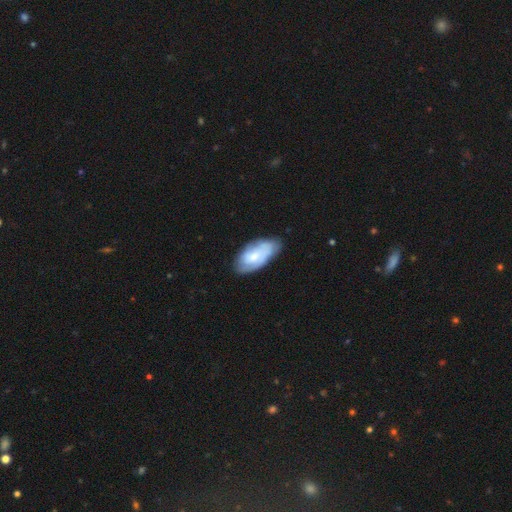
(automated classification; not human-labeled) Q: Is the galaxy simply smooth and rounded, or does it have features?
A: smooth — 53%.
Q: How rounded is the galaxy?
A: in between — 91%.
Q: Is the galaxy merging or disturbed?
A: none — 63%.